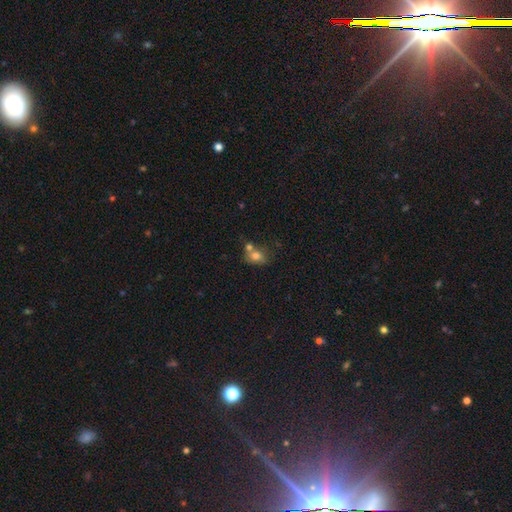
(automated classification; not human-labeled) Smooth or featured? Predicted: smooth (p=0.73). How rounded? Predicted: in between (p=0.53). Merging? Predicted: merger (p=0.42).